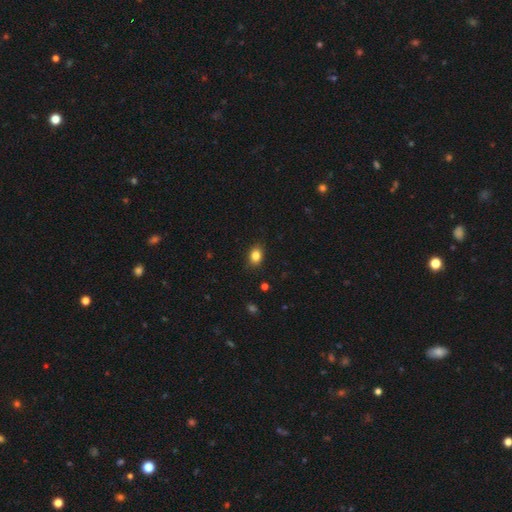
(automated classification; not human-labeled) Smooth or featured: smooth — 84% (star or artifact — 10%)
How rounded: in between — 67% (round — 32%)
Merging: none — 87% (minor disturbance — 10%)